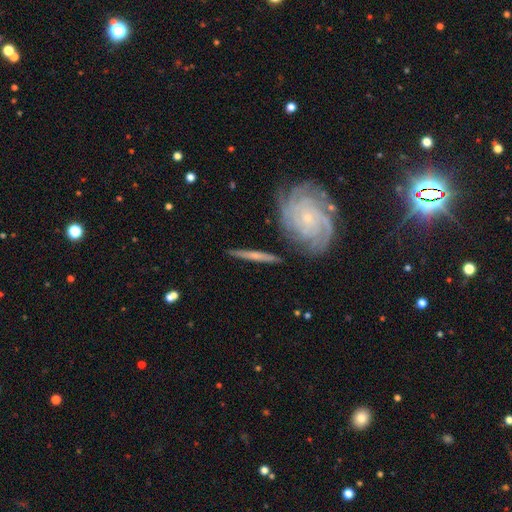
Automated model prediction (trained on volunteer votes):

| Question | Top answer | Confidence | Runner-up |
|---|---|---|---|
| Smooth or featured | featured or disk | 68% | smooth (26%) |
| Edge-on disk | yes | 65% | no (35%) |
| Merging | none | 82% | minor disturbance (11%) |